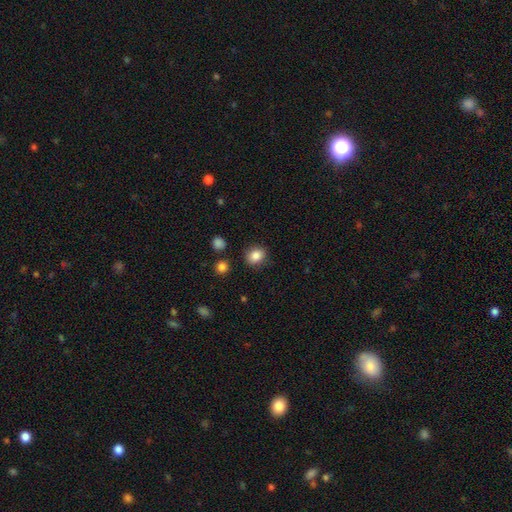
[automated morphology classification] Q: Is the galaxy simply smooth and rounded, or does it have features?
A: smooth — 85%.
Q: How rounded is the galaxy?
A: round — 64%.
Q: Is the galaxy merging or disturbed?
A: none — 86%.